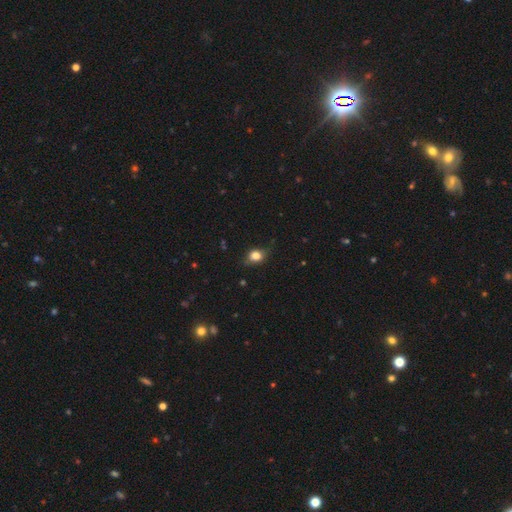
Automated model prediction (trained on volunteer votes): The model was most divided on "how rounded": round: 51%, in between: 47%, cigar-shaped: 2%. More confident: smooth or featured — smooth (78%); merging — none (72%).